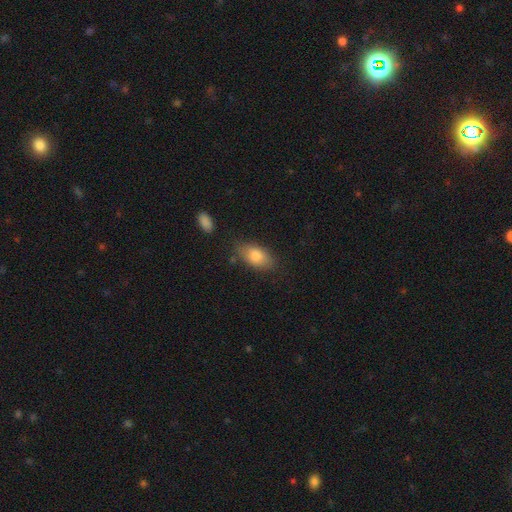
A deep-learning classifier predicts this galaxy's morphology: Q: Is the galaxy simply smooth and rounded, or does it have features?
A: smooth — 81%.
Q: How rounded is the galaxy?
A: in between — 89%.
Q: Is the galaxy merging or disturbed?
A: none — 75%.